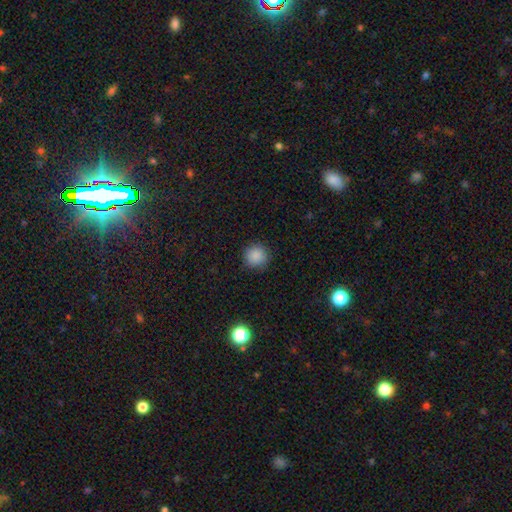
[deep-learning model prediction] The model was most divided on "smooth or featured": smooth: 86%, star or artifact: 10%, featured or disk: 3%. More confident: how rounded — round (95%); merging — none (90%).